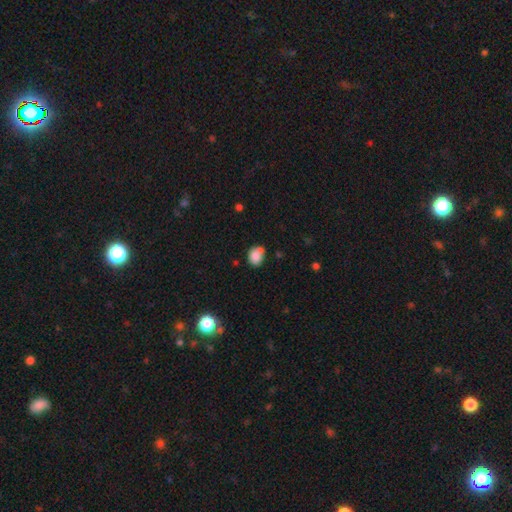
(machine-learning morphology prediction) Smooth or featured? Predicted: smooth (p=0.83). How rounded? Predicted: in between (p=0.52). Merging? Predicted: none (p=0.52).